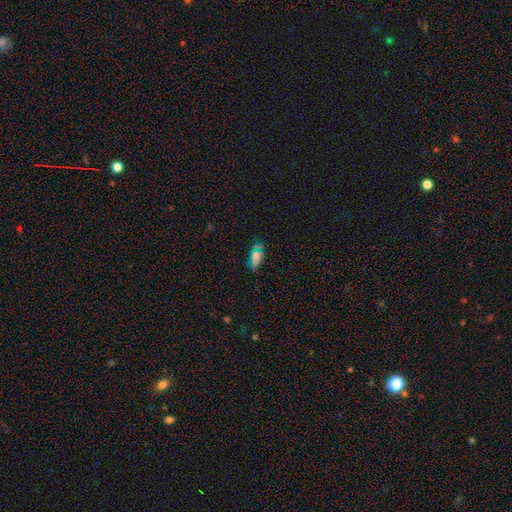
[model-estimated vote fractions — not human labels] Q: Smooth or featured?
A: smooth (61%); runner-up: star or artifact (29%)
Q: How rounded?
A: in between (80%); runner-up: cigar-shaped (13%)
Q: Merging?
A: none (69%); runner-up: minor disturbance (18%)